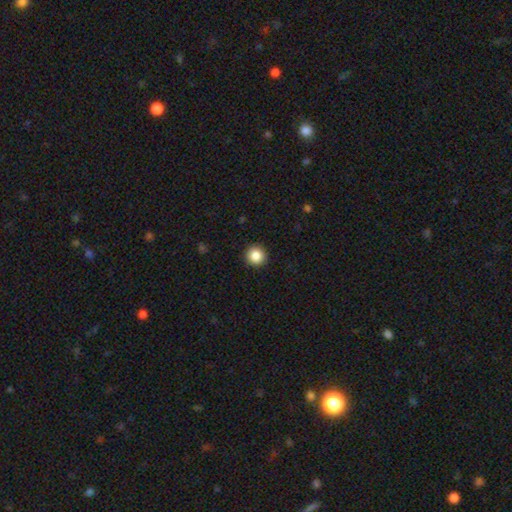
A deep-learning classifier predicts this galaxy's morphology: type=smooth (86%); roundness=round (95%); merging=none (93%).